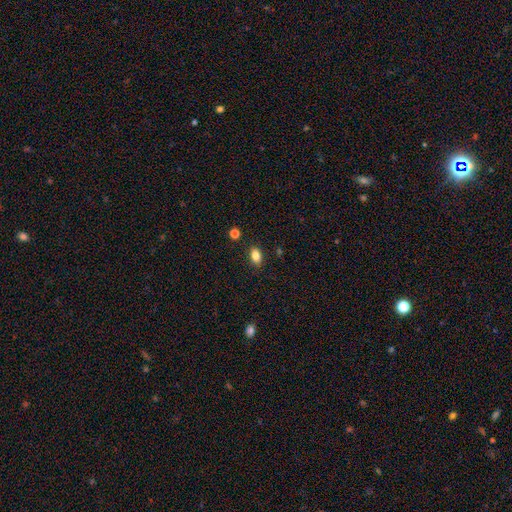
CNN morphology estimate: A smooth galaxy with no disk features (84%) that is in between round and cigar-shaped (84%). Merging: none (87%).